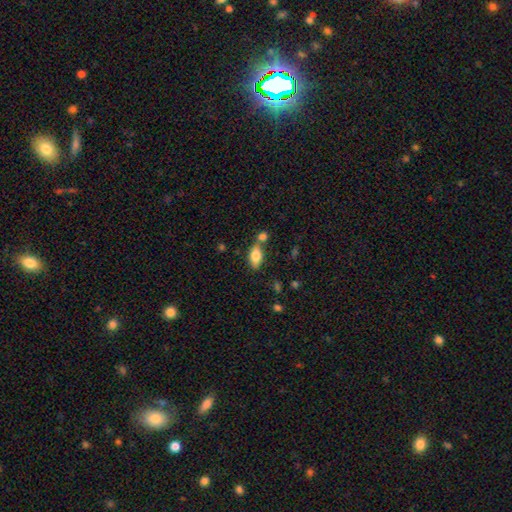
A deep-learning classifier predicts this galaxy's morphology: type=smooth (78%); roundness=in between (86%); merging=none (60%).